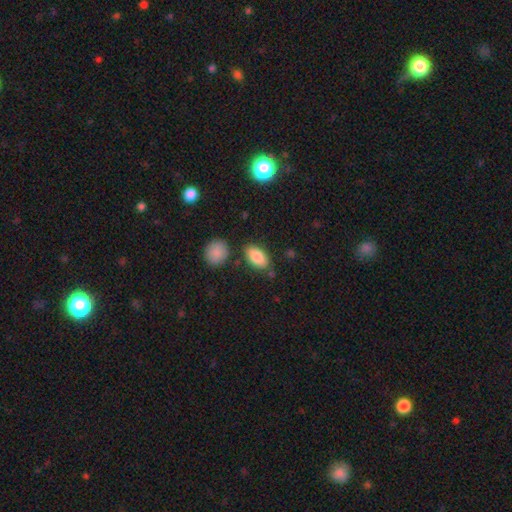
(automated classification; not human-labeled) Morphology: type=smooth (85%); roundness=in between (92%); merging=none (78%).